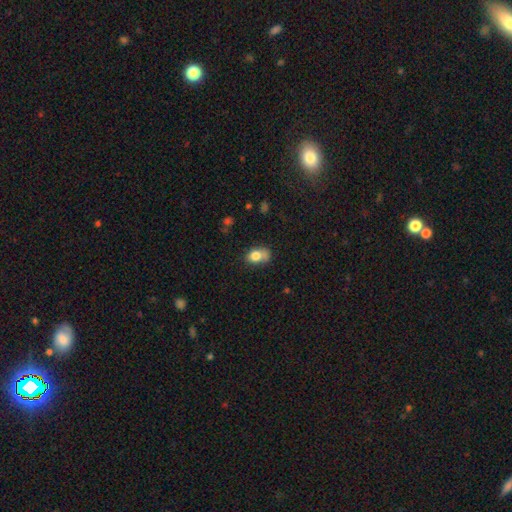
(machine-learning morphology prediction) The model was most divided on "merging": none: 43%, minor disturbance: 28%, merger: 15%, major disturbance: 14%. More confident: smooth or featured — smooth (78%); how rounded — in between (64%).